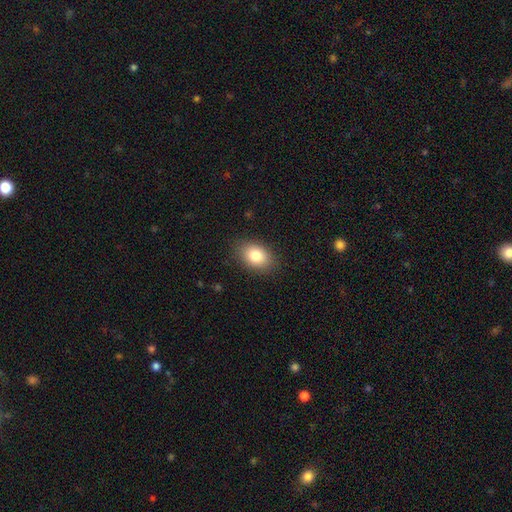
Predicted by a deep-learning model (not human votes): The model was most divided on "how rounded": in between: 80%, round: 19%, cigar-shaped: 1%. More confident: merging — none (86%); smooth or featured — smooth (82%).